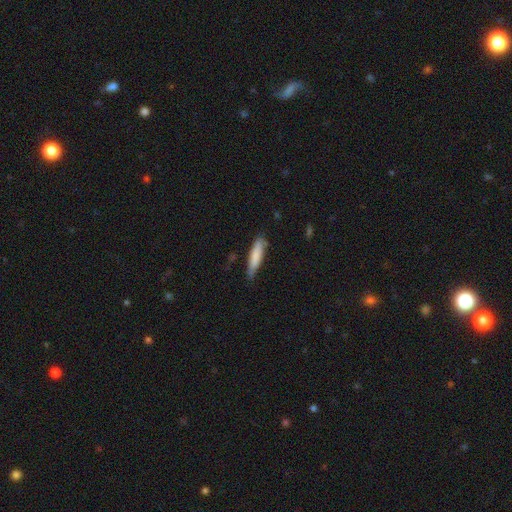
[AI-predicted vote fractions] smooth 79%, featured or disk 16%, star or artifact 5%. Down the decision tree: how rounded — cigar-shaped (83%); merging — none (74%).